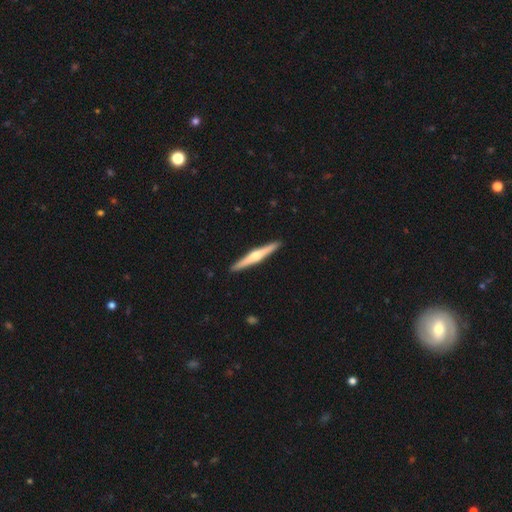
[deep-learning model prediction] Smooth or featured: featured or disk — 68% (smooth — 27%)
Edge-on disk: yes — 98% (no — 2%)
Edge-on bulge: rounded — 89% (none — 6%)
Merging: none — 93% (minor disturbance — 5%)